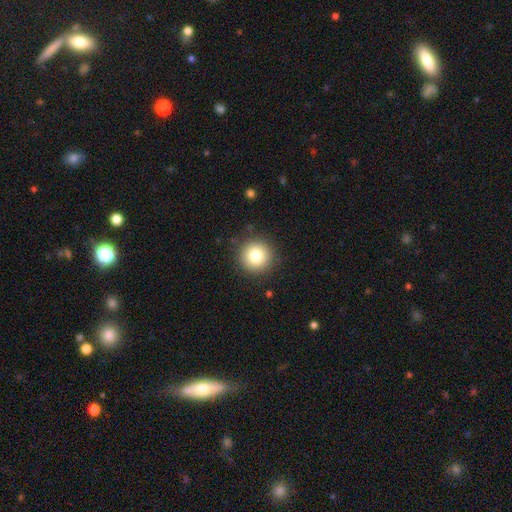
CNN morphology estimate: Overall: smooth (80%). How rounded: round (95%). Merging: none (89%).